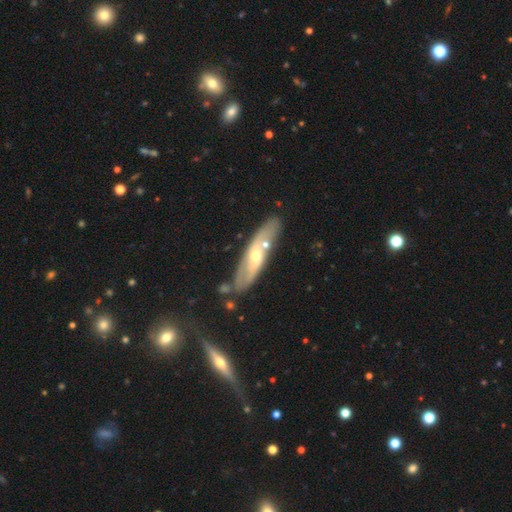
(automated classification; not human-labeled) Smooth or featured?
  - featured or disk: 68% *
  - smooth: 25%
  - star or artifact: 7%
Edge-on disk?
  - no: 62% *
  - yes: 38%
Merging?
  - none: 70% *
  - minor disturbance: 16%
  - merger: 10%
  - major disturbance: 4%